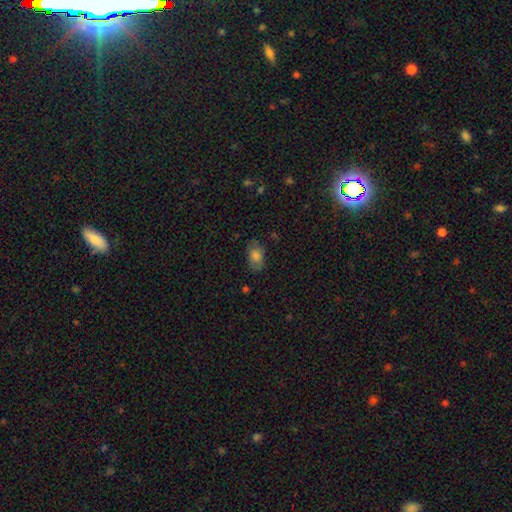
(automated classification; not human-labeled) Overall: smooth (80%). How rounded: in between (90%). Merging: none (73%).